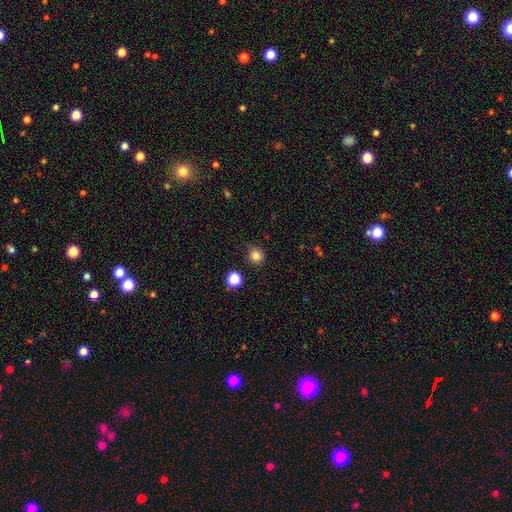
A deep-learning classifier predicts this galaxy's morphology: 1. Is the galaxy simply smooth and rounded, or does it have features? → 83% smooth, 13% star or artifact, 4% featured or disk.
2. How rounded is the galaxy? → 91% round, 8% in between, 1% cigar-shaped.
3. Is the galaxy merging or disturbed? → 88% none, 8% minor disturbance, 2% major disturbance, 2% merger.